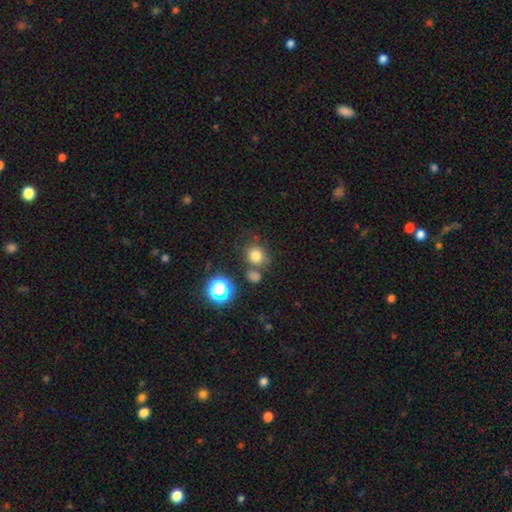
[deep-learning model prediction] This appears to be a smooth galaxy with no disk features (76%) that is round (77%). Merging: none (66%).